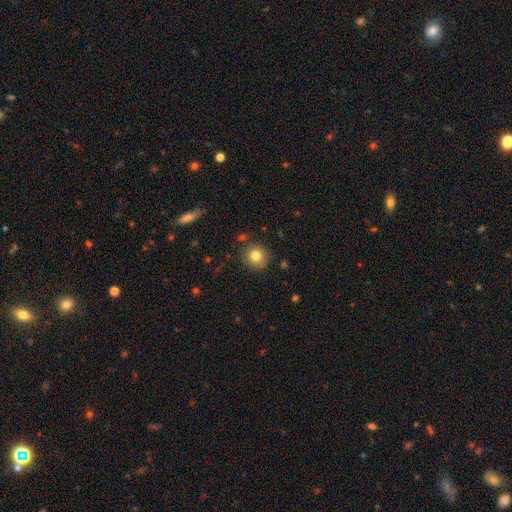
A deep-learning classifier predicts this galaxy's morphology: Smooth or featured: smooth — 80% (star or artifact — 11%)
How rounded: round — 92% (in between — 7%)
Merging: none — 86% (minor disturbance — 9%)